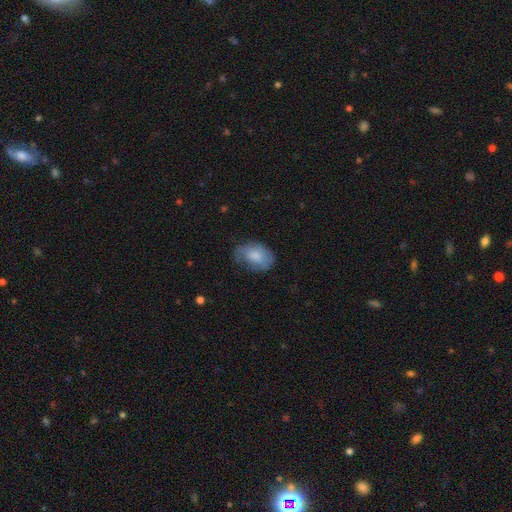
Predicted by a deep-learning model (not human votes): This is likely a smooth galaxy (67%). How rounded: clearly in between (85%). Merging: possibly none (59%).